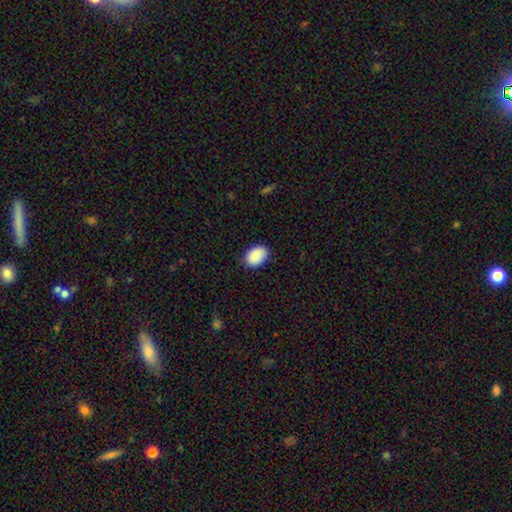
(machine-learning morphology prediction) Overall: smooth (90%). How rounded: in between (82%). Merging: none (84%).